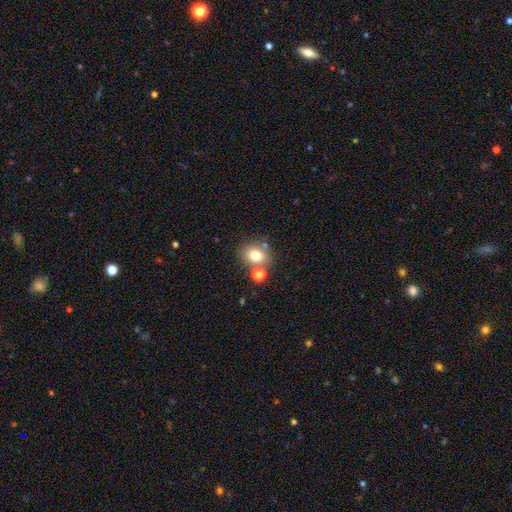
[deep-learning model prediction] A smooth galaxy with no disk features (76%) that is round (57%).

Vote fractions:
- Smooth or featured? smooth: 76% / star or artifact: 12% / featured or disk: 12%
- How rounded? round: 57% / in between: 42% / cigar-shaped: 1%
- Merging? none: 65% / merger: 19% / minor disturbance: 12% / major disturbance: 4%